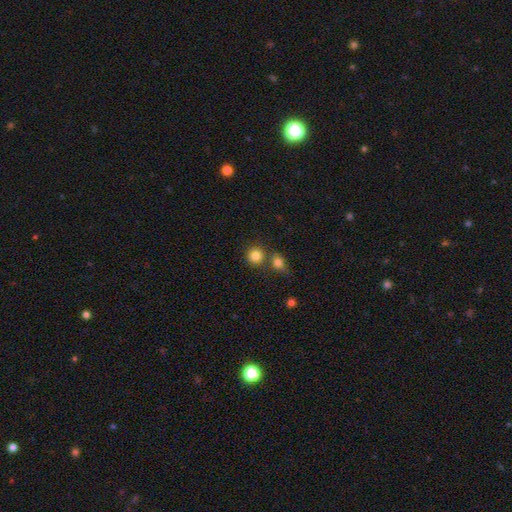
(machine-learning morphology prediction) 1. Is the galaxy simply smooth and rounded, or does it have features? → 84% smooth, 11% star or artifact, 5% featured or disk.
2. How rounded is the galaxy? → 87% round, 12% in between, 1% cigar-shaped.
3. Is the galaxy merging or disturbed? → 65% none, 23% merger, 8% minor disturbance, 3% major disturbance.